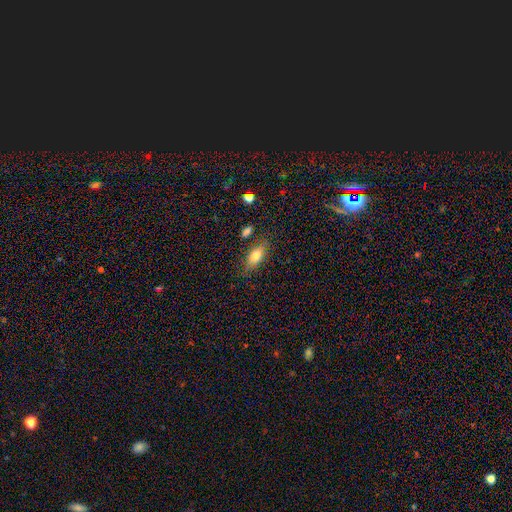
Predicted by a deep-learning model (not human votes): Smooth or featured? smooth (72%)
How rounded? in between (80%)
Merging? none (75%)